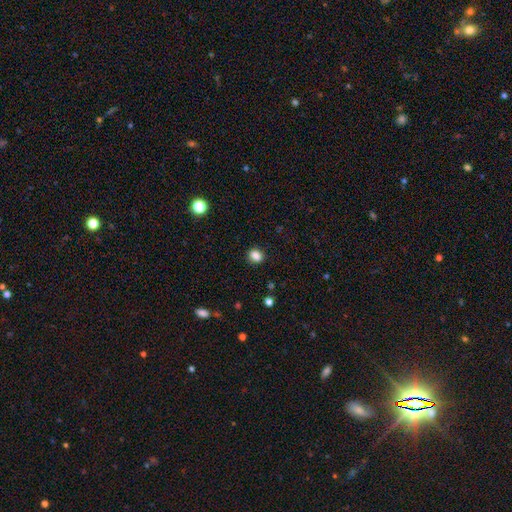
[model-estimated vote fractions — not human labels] smooth_or_featured: smooth (p=0.84) [alt: star or artifact p=0.11]
how_rounded: round (p=0.53) [alt: in between p=0.45]
merging: none (p=0.84) [alt: minor disturbance p=0.11]